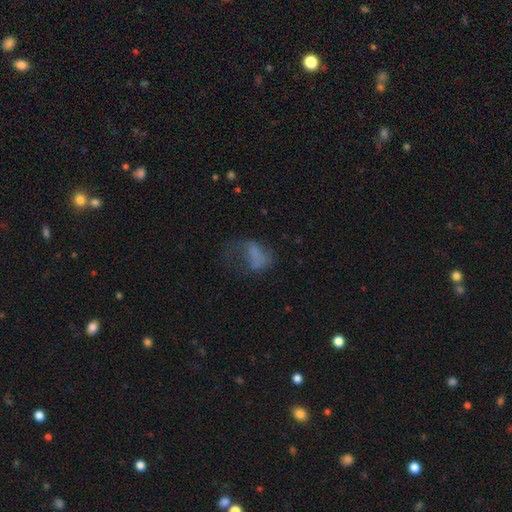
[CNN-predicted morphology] The model was most divided on "smooth or featured": smooth: 49%, featured or disk: 33%, star or artifact: 18%. More confident: merging — major disturbance (50%).